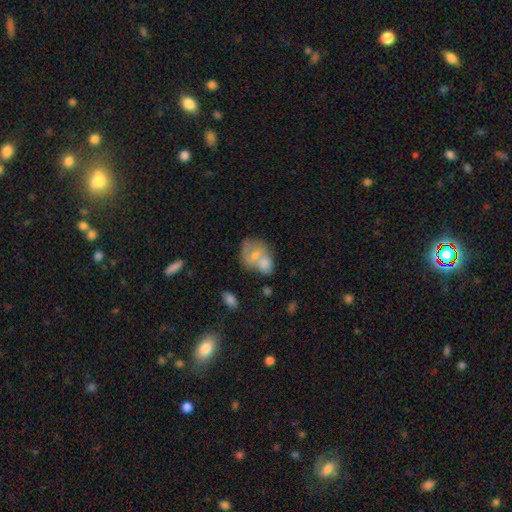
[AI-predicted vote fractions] Smooth or featured? Predicted: smooth (p=0.60). How rounded? Predicted: in between (p=0.56). Merging? Predicted: merger (p=0.57).